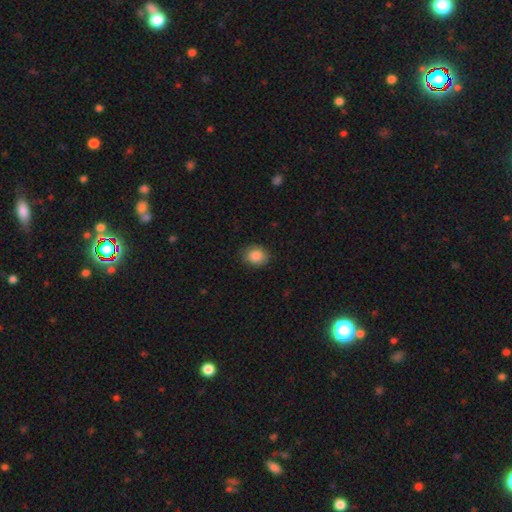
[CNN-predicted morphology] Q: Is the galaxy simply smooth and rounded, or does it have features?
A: smooth — 86%.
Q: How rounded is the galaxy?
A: round — 62%.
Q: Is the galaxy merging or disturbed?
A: none — 83%.